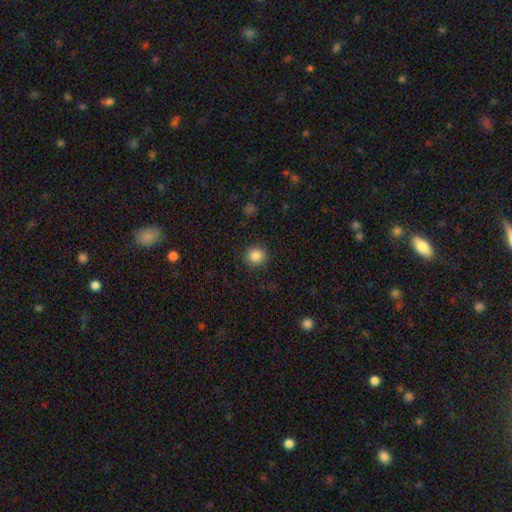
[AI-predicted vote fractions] This is clearly a smooth galaxy (86%). How rounded: clearly round (92%). Merging: clearly none (89%).